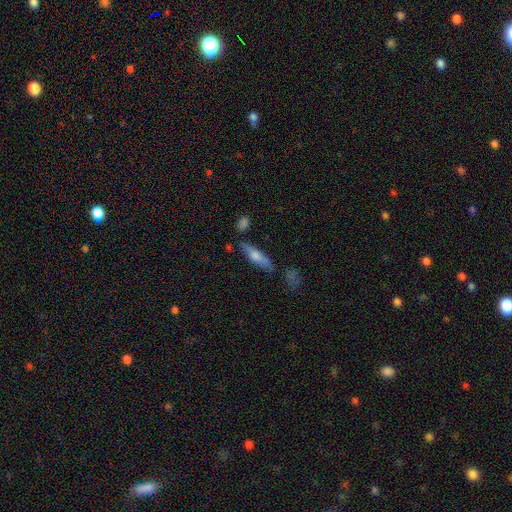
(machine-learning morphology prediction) Smooth or featured: smooth — 52% (featured or disk — 40%)
How rounded: cigar-shaped — 74% (in between — 24%)
Merging: none — 75% (minor disturbance — 15%)